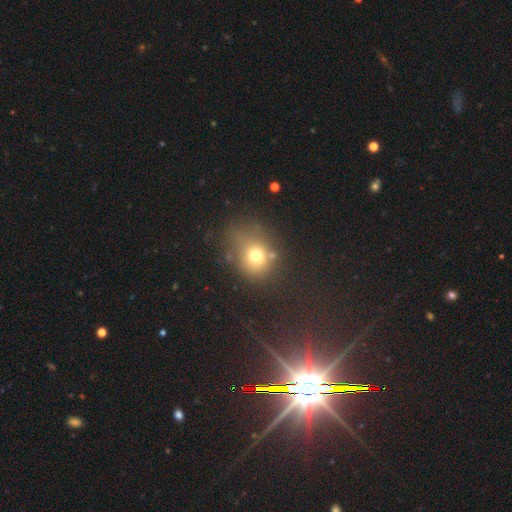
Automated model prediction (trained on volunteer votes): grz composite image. It shows a smooth galaxy with no disk features (71%) that is round (68%). Merging: none (57%).